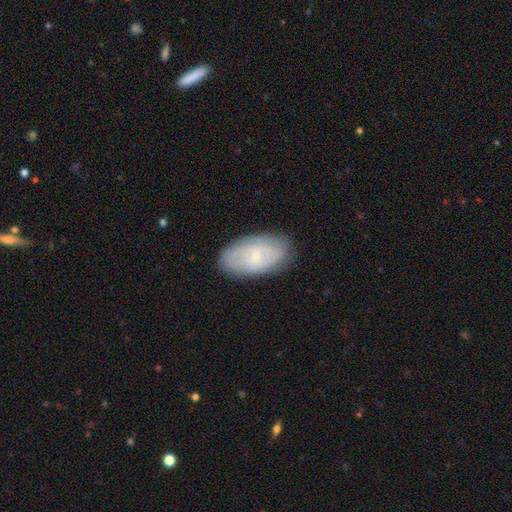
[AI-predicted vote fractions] Smooth or featured: featured or disk — 47% (smooth — 45%)
Merging: none — 83% (minor disturbance — 13%)